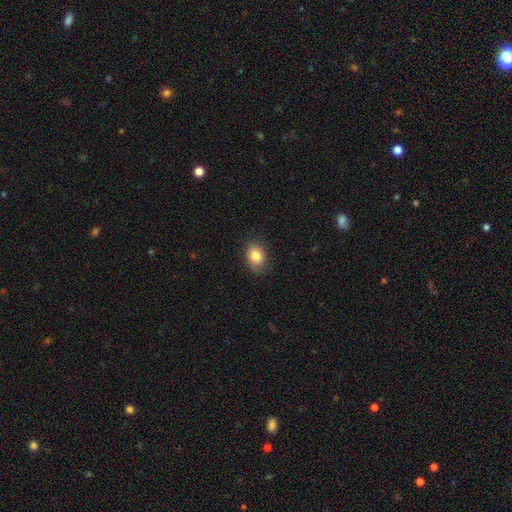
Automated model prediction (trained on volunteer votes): Morphology: type=smooth (85%); roundness=in between (74%); merging=none (80%).